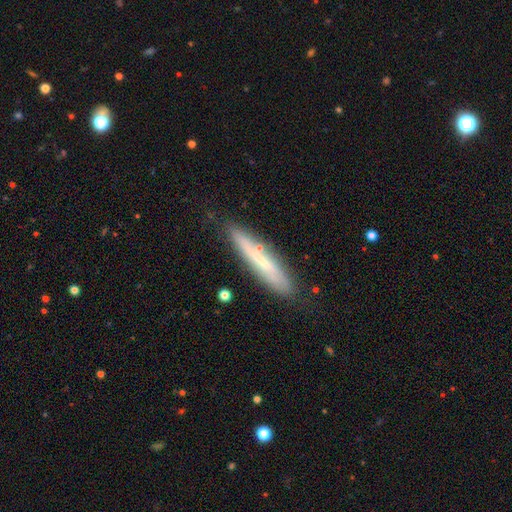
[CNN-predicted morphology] type=featured or disk (50%); edge-on=yes (71%); merging=none (76%).